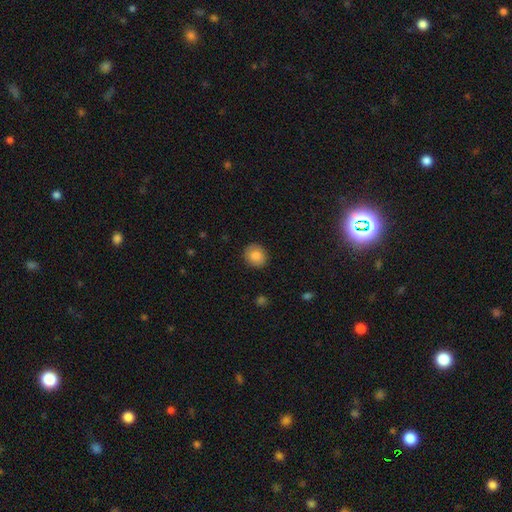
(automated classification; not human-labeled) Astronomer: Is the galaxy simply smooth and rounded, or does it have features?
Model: smooth — 86%.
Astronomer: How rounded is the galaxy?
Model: round — 73%.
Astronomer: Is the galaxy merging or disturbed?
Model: none — 86%.